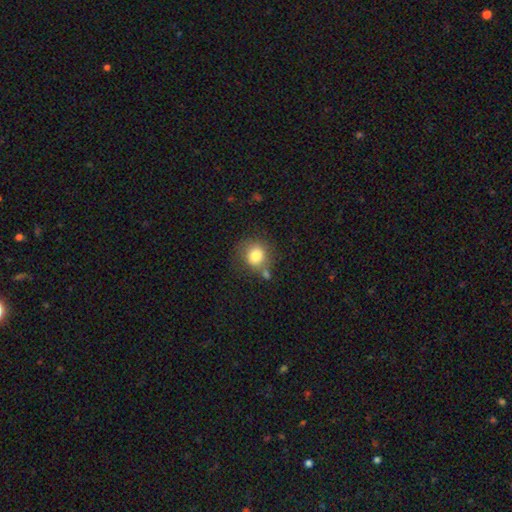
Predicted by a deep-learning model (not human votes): Smooth or featured? Predicted: smooth (p=0.80). How rounded? Predicted: round (p=0.83). Merging? Predicted: none (p=0.63).